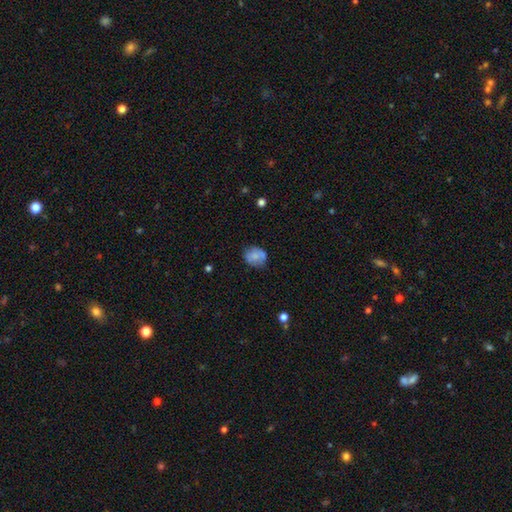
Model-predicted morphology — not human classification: A smooth galaxy with no disk features (69%) that is round (64%).

Vote fractions:
- Smooth or featured? smooth: 69% / featured or disk: 22% / star or artifact: 9%
- How rounded? round: 64% / in between: 35% / cigar-shaped: 1%
- Merging? none: 64% / minor disturbance: 24% / major disturbance: 7% / merger: 5%